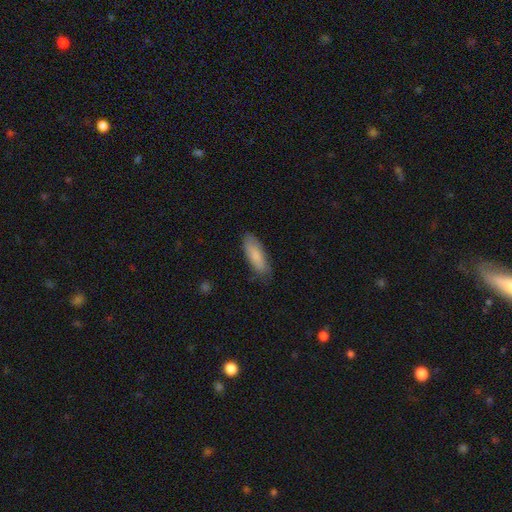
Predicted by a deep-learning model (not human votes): smooth 83%, featured or disk 11%, star or artifact 6%. Down the decision tree: how rounded — in between (60%); merging — none (76%).